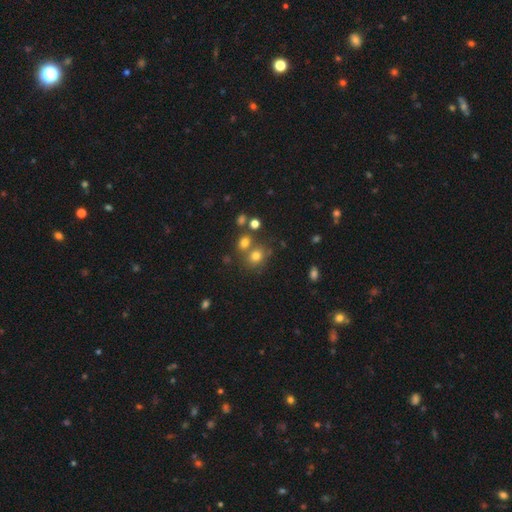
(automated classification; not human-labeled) Smooth or featured? smooth (74%)
How rounded? round (75%)
Merging? none (59%)